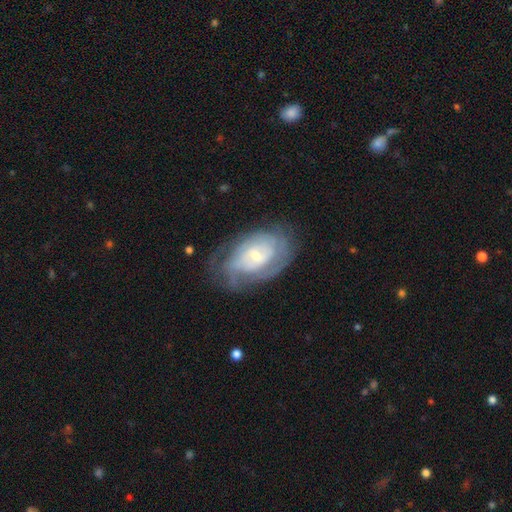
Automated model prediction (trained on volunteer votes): Smooth or featured: featured or disk — 73% (smooth — 21%)
Edge-on disk: no — 95% (yes — 5%)
Bar: no — 61% (weak — 32%)
Spiral arms: yes — 80% (no — 20%)
Spiral winding: tight — 63% (medium — 28%)
Spiral arm count: can't tell — 57% (2 — 20%)
Bulge size: small — 63% (moderate — 31%)
Merging: none — 61% (minor disturbance — 24%)